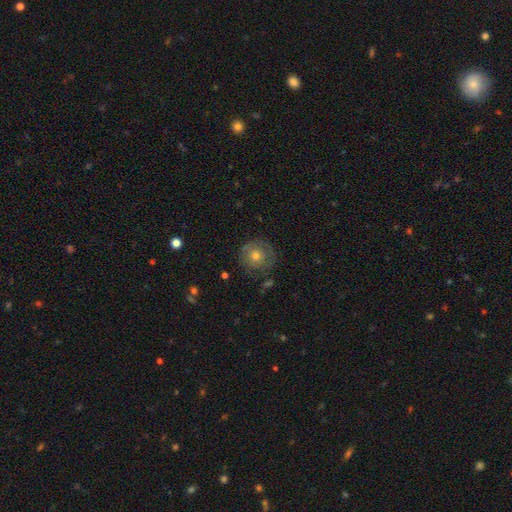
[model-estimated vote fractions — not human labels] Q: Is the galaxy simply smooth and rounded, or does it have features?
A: smooth — 46%.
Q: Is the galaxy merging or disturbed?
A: none — 77%.